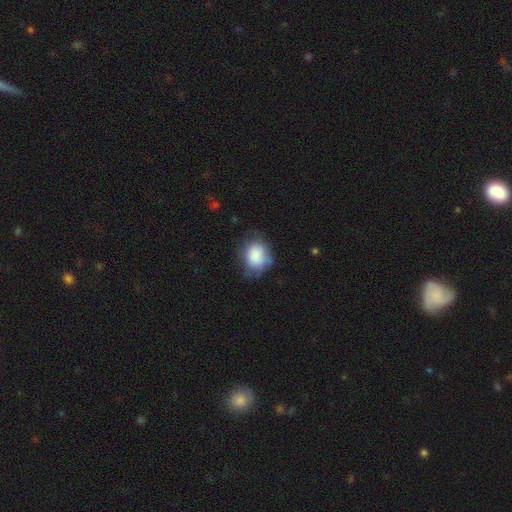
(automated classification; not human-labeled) smooth-or-featured: smooth: 83% | featured or disk: 9% | star or artifact: 8%
  how-rounded: in between: 52% | round: 47% | cigar-shaped: 1%
  merging: none: 52% | minor disturbance: 32% | major disturbance: 13% | merger: 3%